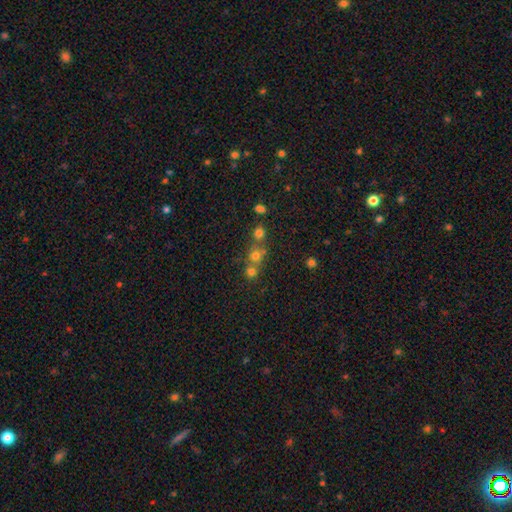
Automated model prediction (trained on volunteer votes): The model was most divided on "merging": none: 45%, merger: 40%, minor disturbance: 9%, major disturbance: 6%. Remaining: smooth or featured — smooth (44%).